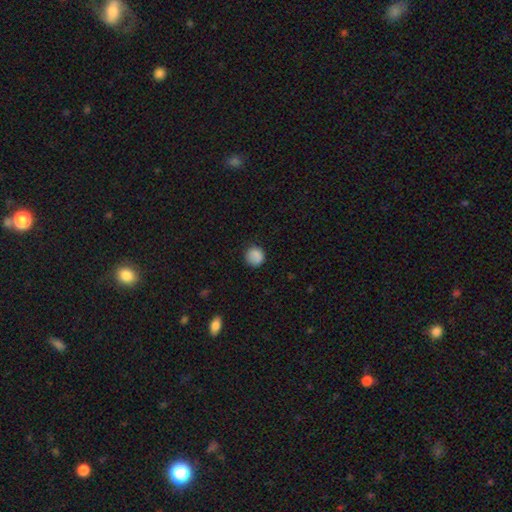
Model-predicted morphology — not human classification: Smooth or featured: smooth — 86% (star or artifact — 9%)
How rounded: round — 90% (in between — 9%)
Merging: none — 81% (minor disturbance — 14%)